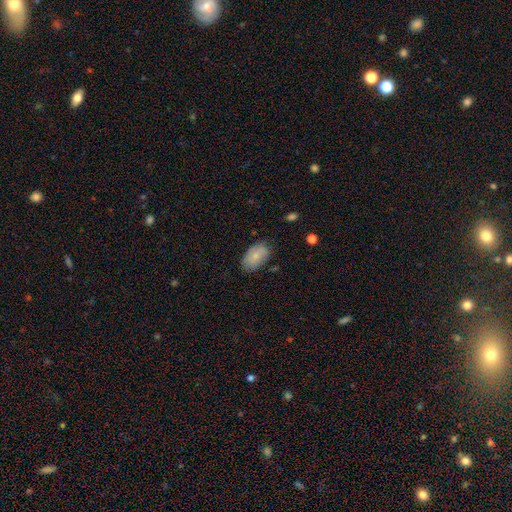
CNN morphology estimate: smooth 76%, featured or disk 18%, star or artifact 6%. Down the decision tree: how rounded — in between (92%); merging — none (76%).